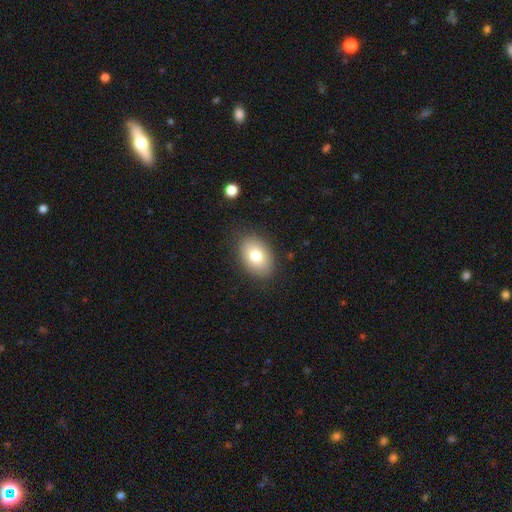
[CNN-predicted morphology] Smooth or featured? smooth (79%)
How rounded? in between (82%)
Merging? none (85%)